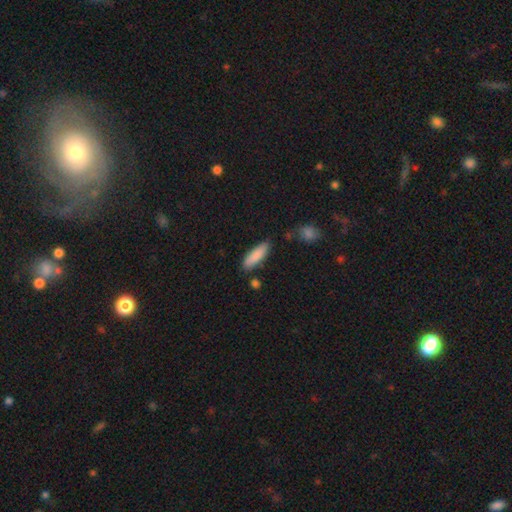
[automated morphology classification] The model was most divided on "how rounded" (2-way tie): in between: 49%, cigar-shaped: 49%, round: 2%. More confident: smooth or featured — smooth (86%); merging — none (79%).